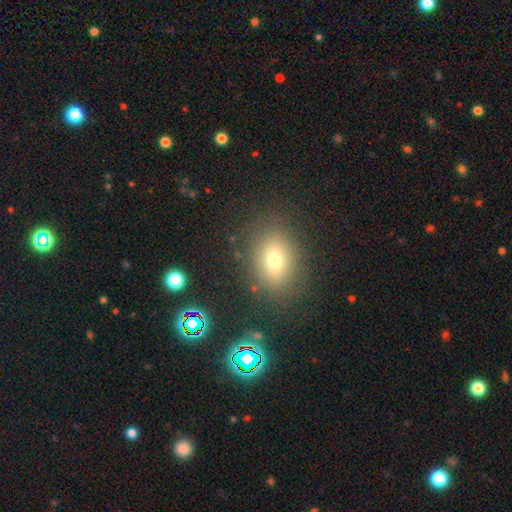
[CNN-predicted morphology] Overall: smooth (61%; star or artifact 24%). How rounded: in between (72%). Merging: none (86%).